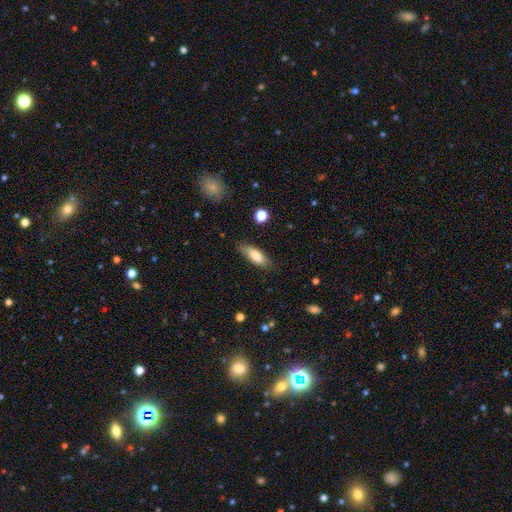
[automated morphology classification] The model was most divided on "how rounded": in between: 65%, cigar-shaped: 33%, round: 2%. More confident: merging — none (80%); smooth or featured — smooth (76%).